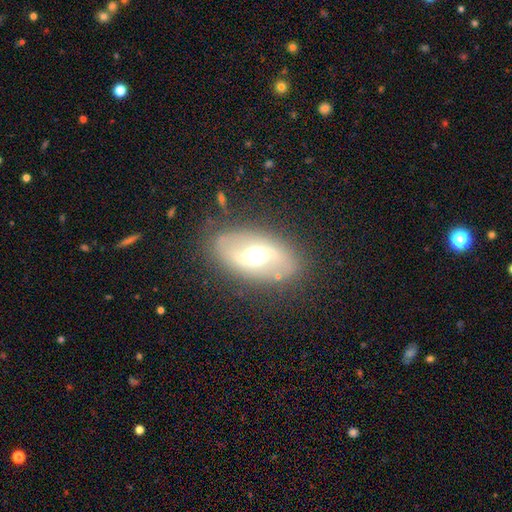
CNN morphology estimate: Smooth or featured? Predicted: featured or disk (p=0.67). Edge-on disk? Predicted: no (p=0.88). Bar? Predicted: weak (p=0.39). Spiral arms? Predicted: yes (p=0.53). Bulge size? Predicted: moderate (p=0.67). Merging? Predicted: none (p=0.79).